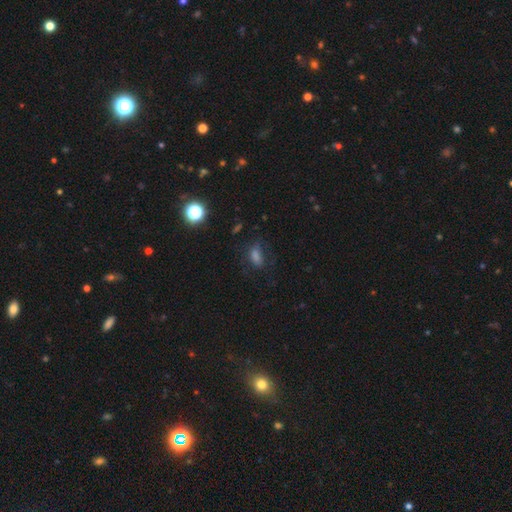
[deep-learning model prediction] A smooth galaxy with no disk features (72%) that is in between round and cigar-shaped (82%).

Vote fractions:
- Smooth or featured? smooth: 72% / star or artifact: 16% / featured or disk: 12%
- How rounded? in between: 82% / round: 11% / cigar-shaped: 7%
- Merging? none: 59% / minor disturbance: 22% / major disturbance: 17% / merger: 2%